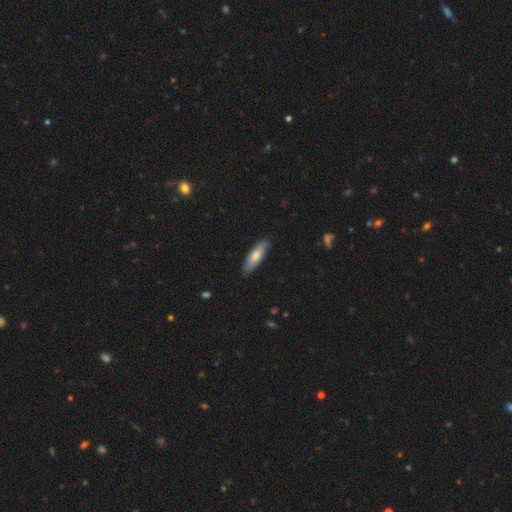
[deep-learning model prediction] This is likely a smooth galaxy (70%). How rounded: possibly cigar-shaped (59%). Merging: clearly none (86%).